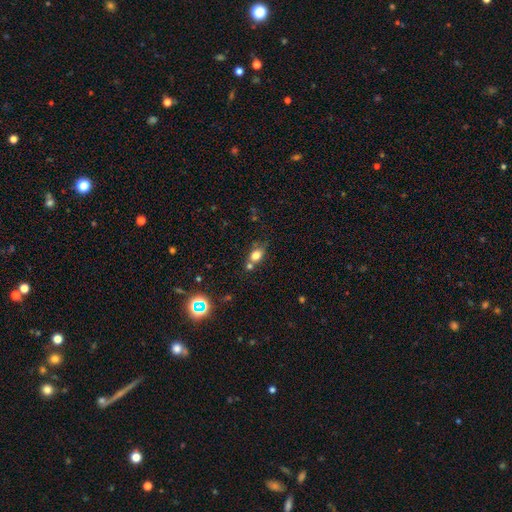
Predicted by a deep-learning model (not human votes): This is likely a smooth galaxy (74%). How rounded: likely in between (61%). Merging: possibly none (50%).